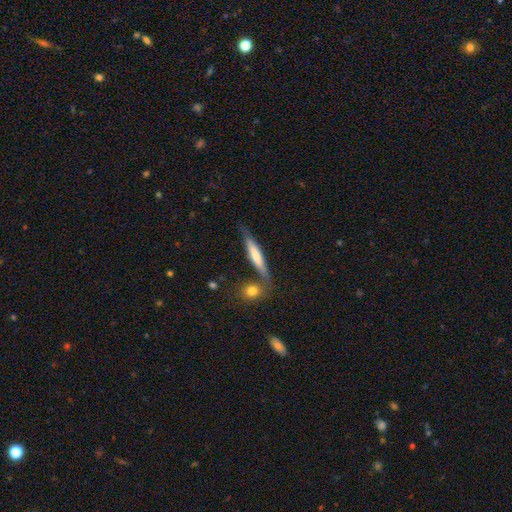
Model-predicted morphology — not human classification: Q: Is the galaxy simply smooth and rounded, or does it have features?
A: smooth — 56%.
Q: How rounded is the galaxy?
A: cigar-shaped — 86%.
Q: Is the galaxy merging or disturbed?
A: none — 63%.